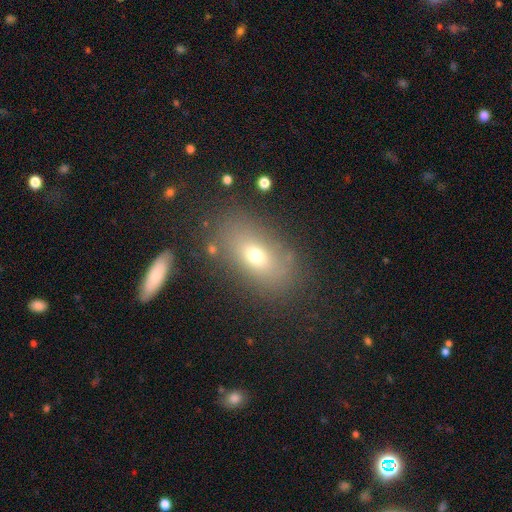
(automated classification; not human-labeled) Morphology: type=smooth (66%); roundness=in between (82%); merging=none (75%).